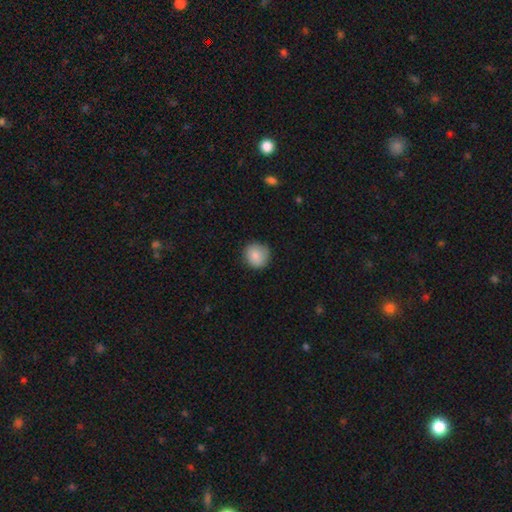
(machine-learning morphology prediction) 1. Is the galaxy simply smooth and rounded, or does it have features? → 85% smooth, 8% star or artifact, 7% featured or disk.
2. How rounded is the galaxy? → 93% round, 6% in between, 1% cigar-shaped.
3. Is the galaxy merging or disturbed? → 86% none, 11% minor disturbance, 2% major disturbance, 1% merger.